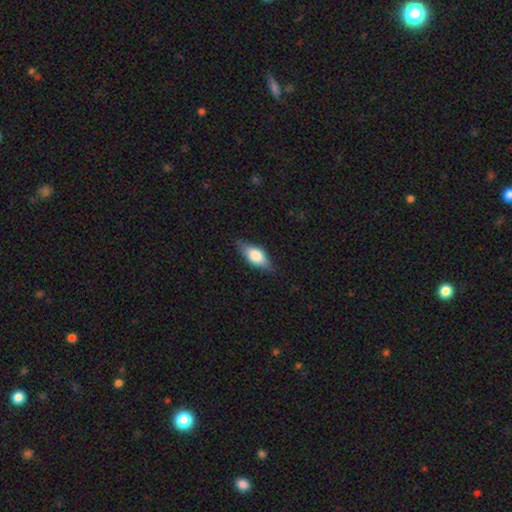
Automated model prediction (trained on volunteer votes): Smooth or featured?
  - smooth: 60% *
  - featured or disk: 33%
  - star or artifact: 7%
How rounded?
  - in between: 76% *
  - cigar-shaped: 20%
  - round: 4%
Merging?
  - none: 82% *
  - minor disturbance: 14%
  - major disturbance: 3%
  - merger: 1%